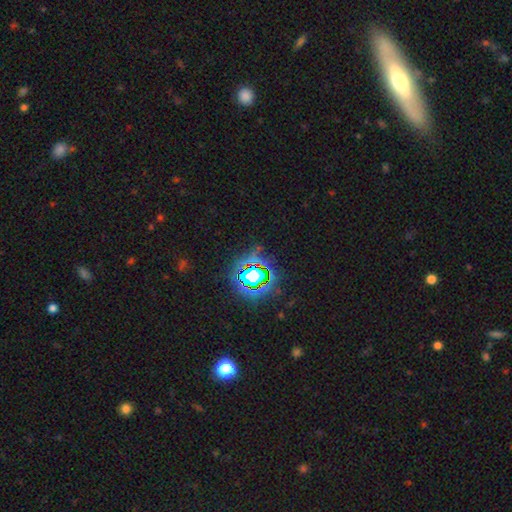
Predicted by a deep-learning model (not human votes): Smooth or featured? Predicted: star or artifact (p=0.76).